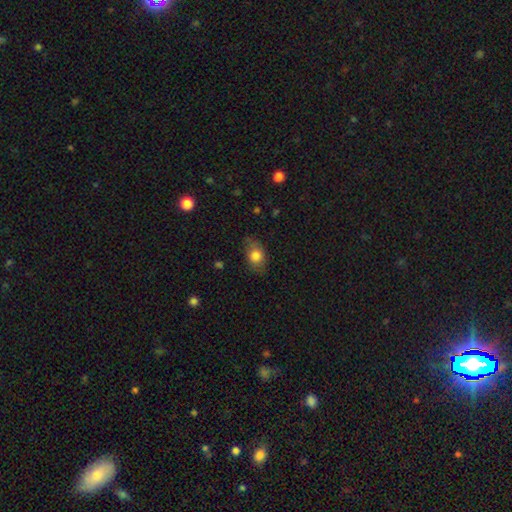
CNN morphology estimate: smooth_or_featured: smooth (p=0.79) [alt: featured or disk p=0.12]
how_rounded: in between (p=0.72) [alt: round p=0.26]
merging: none (p=0.70) [alt: minor disturbance p=0.23]